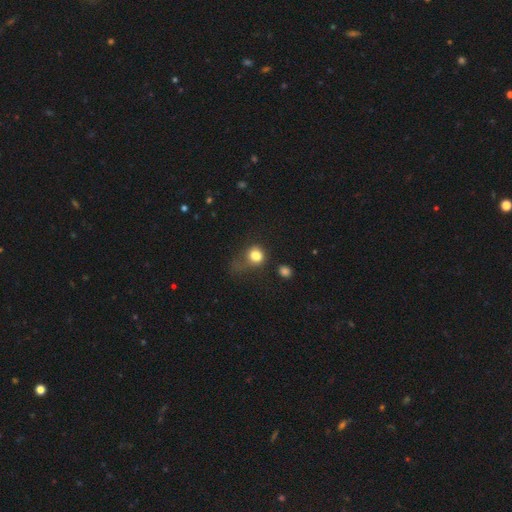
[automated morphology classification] smooth 78%, star or artifact 12%, featured or disk 10%. Down the decision tree: how rounded — round (69%); merging — major disturbance (36%).